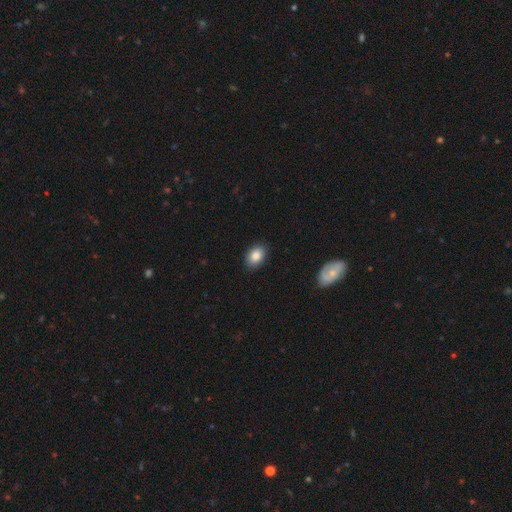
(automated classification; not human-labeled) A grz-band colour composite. It shows a smooth galaxy with no disk features (86%) that is in between round and cigar-shaped (82%). Merging: none (86%).